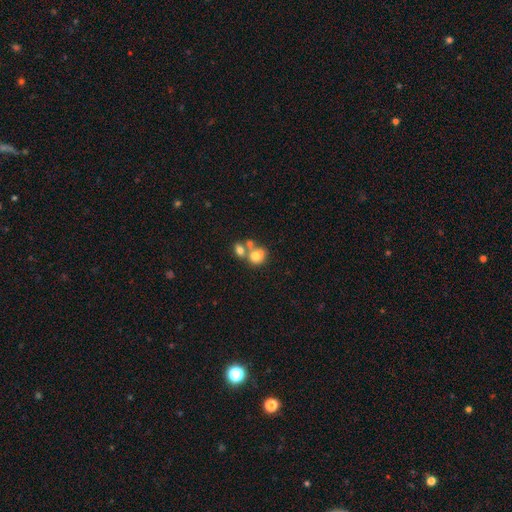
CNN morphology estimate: Overall: smooth (70%). How rounded: round (60%; in between 39%). Merging: merger (58%; none 28%).